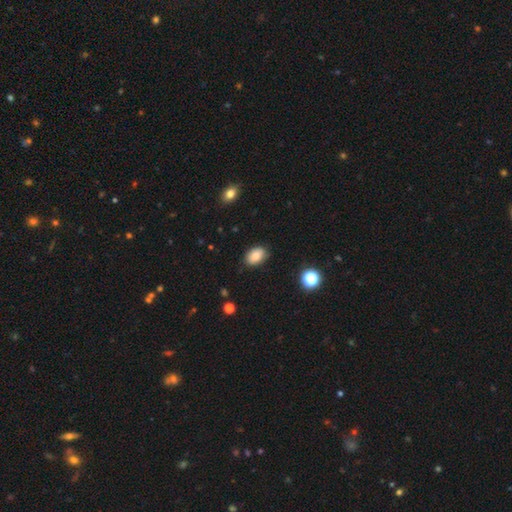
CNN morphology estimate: Smooth or featured?
  - smooth: 85% *
  - star or artifact: 8%
  - featured or disk: 6%
How rounded?
  - in between: 86% *
  - round: 13%
  - cigar-shaped: 1%
Merging?
  - none: 84% *
  - minor disturbance: 12%
  - major disturbance: 3%
  - merger: 1%